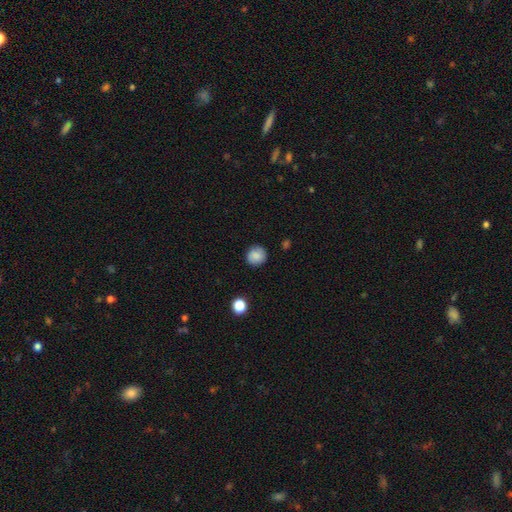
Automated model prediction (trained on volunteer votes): Q: Smooth or featured?
A: smooth (82%); runner-up: star or artifact (9%)
Q: How rounded?
A: round (89%); runner-up: in between (10%)
Q: Merging?
A: none (86%); runner-up: minor disturbance (10%)